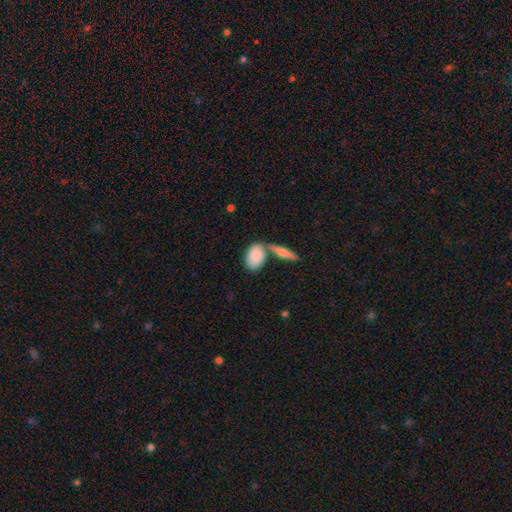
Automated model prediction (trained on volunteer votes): Smooth or featured? smooth (79%)
How rounded? in between (86%)
Merging? none (46%)